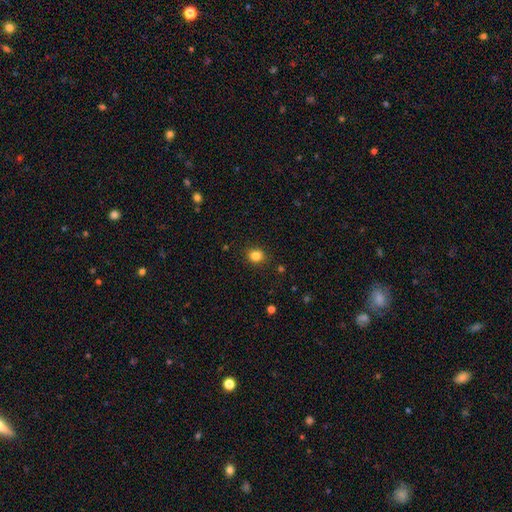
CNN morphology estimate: smooth-or-featured: smooth: 83% | star or artifact: 12% | featured or disk: 5%
  how-rounded: round: 81% | in between: 18% | cigar-shaped: 1%
  merging: none: 89% | minor disturbance: 8% | major disturbance: 2% | merger: 1%